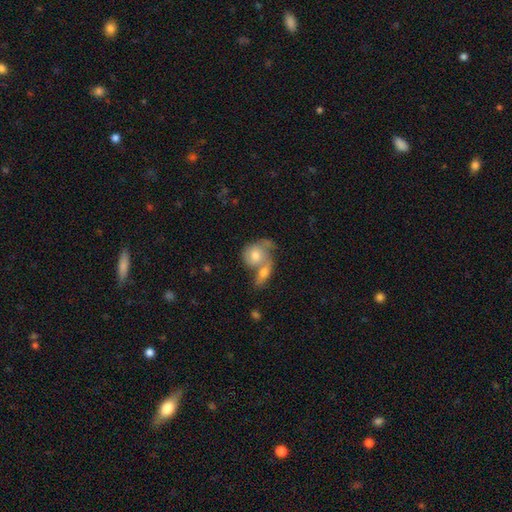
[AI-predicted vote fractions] A smooth galaxy with no disk features (53%) that is round (61%). Merging: merger (66%).